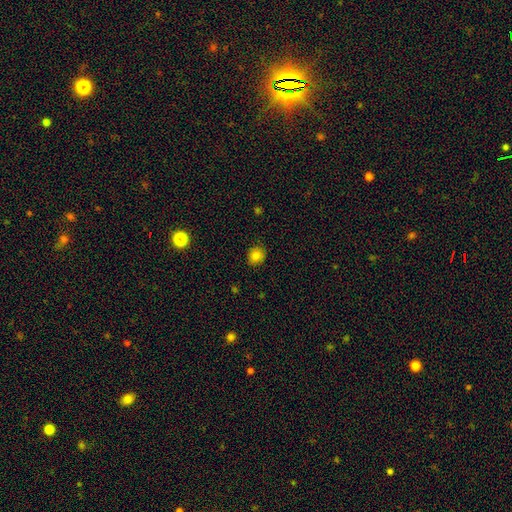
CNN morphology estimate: This is clearly a smooth galaxy (82%). How rounded: likely round (77%). Merging: clearly none (88%).